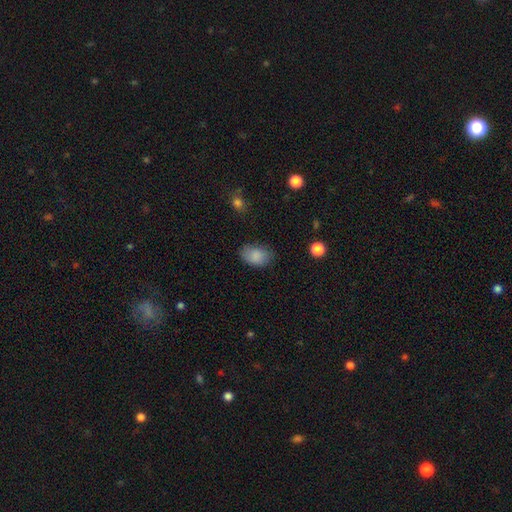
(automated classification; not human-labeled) This appears to be a smooth galaxy with no disk features (87%) that is in between round and cigar-shaped (85%). Merging: none (75%).